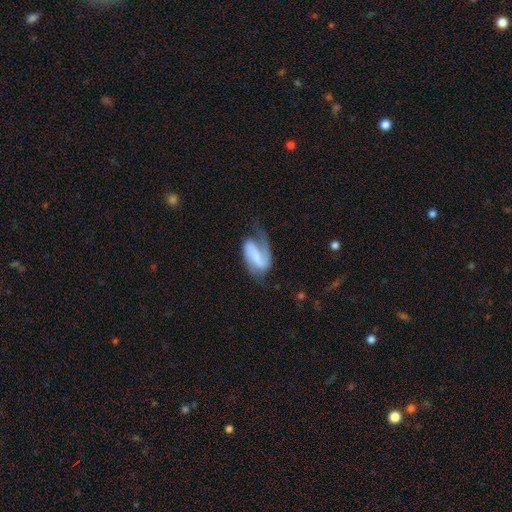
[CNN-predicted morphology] A featured or disk galaxy (72%) with a strong bar (46%), 2 (67%) loose (45%) spiral arms (91%) and no central bulge (41%).

Vote fractions:
- Smooth or featured? featured or disk: 72% / smooth: 21% / star or artifact: 7%
- Edge-on disk? no: 97% / yes: 3%
- Bar? strong: 46% / weak: 34% / no: 21%
- Spiral arms? yes: 91% / no: 9%
- Spiral winding? loose: 45% / medium: 38% / tight: 17%
- Spiral arm count? 2: 67% / 1: 26% / can't tell: 5% / 3: 1% / 4: 1% / more than 4: 1%
- Bulge size? none: 41% / small: 35% / moderate: 16% / large: 6% / dominant: 2%
- Merging? none: 43% / major disturbance: 28% / minor disturbance: 27% / merger: 3%